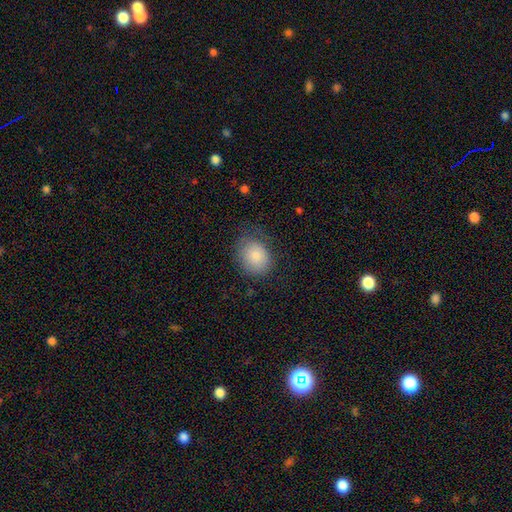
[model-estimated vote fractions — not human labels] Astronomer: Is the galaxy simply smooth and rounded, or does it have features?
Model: smooth — 83%.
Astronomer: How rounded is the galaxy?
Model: in between — 51% (runner-up: round, 49%).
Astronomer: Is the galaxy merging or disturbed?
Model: none — 62%.